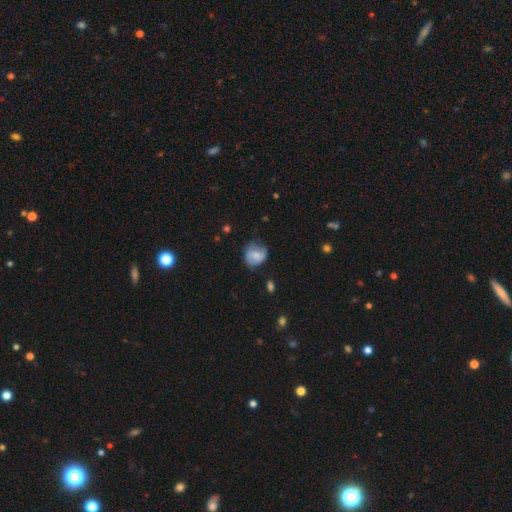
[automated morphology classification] This is likely a smooth galaxy (66%). How rounded: likely round (68%). Merging: possibly none (58%).